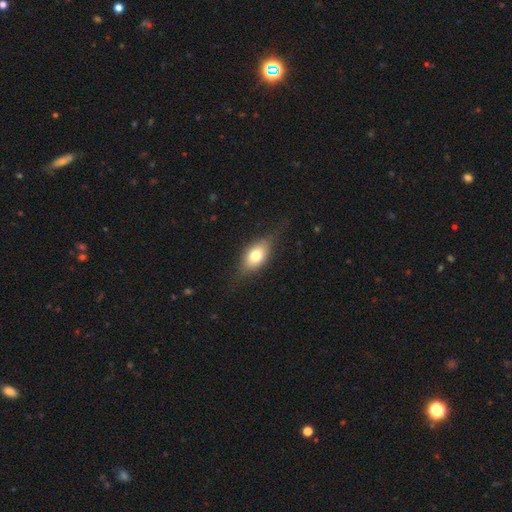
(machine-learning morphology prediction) This is likely a smooth galaxy (67%). How rounded: likely in between (80%). Merging: likely none (73%).